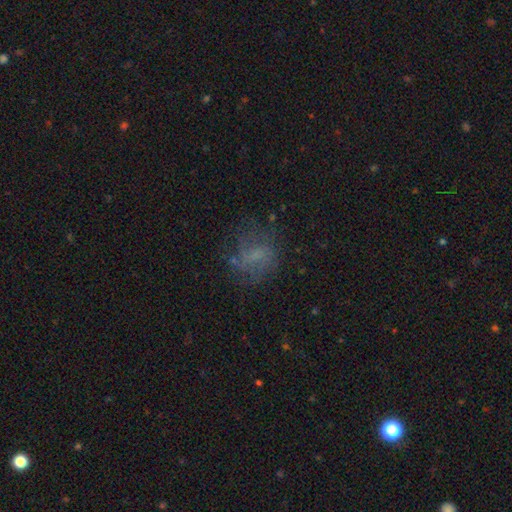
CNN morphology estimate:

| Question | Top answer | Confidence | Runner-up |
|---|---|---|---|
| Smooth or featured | featured or disk | 42% | smooth (41%) |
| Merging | none | 58% | minor disturbance (20%) |